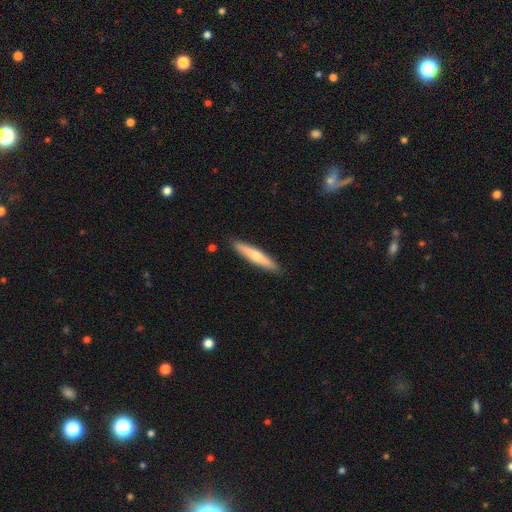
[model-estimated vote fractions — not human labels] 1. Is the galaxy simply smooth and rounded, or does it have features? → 62% smooth, 33% featured or disk, 5% star or artifact.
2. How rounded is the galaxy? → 91% cigar-shaped, 7% in between, 1% round.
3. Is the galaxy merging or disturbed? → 90% none, 7% minor disturbance, 1% major disturbance, 1% merger.